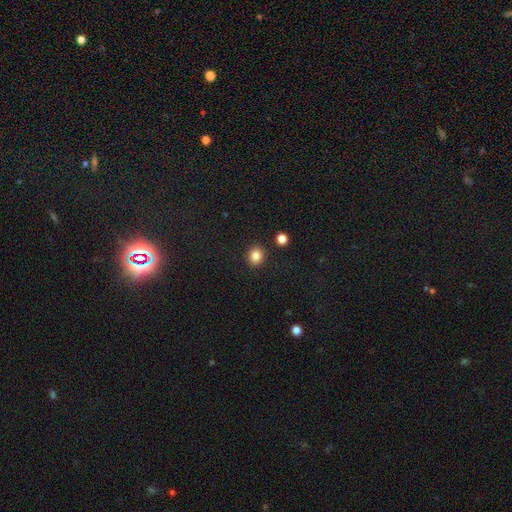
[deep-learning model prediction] The model was most divided on "how rounded": round: 80%, in between: 19%, cigar-shaped: 1%. More confident: merging — none (89%); smooth or featured — smooth (85%).